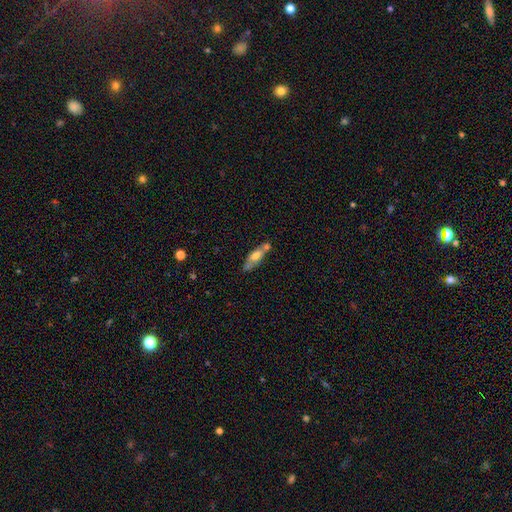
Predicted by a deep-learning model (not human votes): Overall: smooth (56%; featured or disk 37%). How rounded: in between (51%; cigar-shaped 46%). Merging: none (51%; merger 25%).